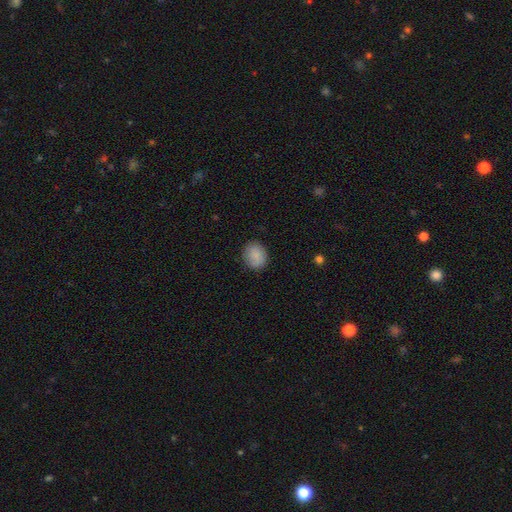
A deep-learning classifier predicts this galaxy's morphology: The model was most divided on "how rounded": round: 60%, in between: 39%, cigar-shaped: 1%. More confident: smooth or featured — smooth (86%); merging — none (85%).